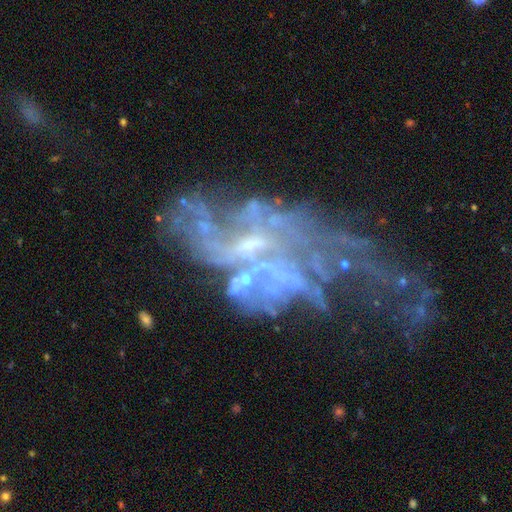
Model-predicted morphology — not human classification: smooth-or-featured: featured or disk: 75% | star or artifact: 14% | smooth: 10%
  disk-edge-on: no: 96% | yes: 4%
    bar: no: 65% | weak: 26% | strong: 9%
    has-spiral-arms: no: 53% | yes: 47%
    bulge-size: small: 41% | none: 37% | moderate: 18% | large: 2% | dominant: 1%
  merging: major disturbance: 53% | merger: 18% | none: 17% | minor disturbance: 12%